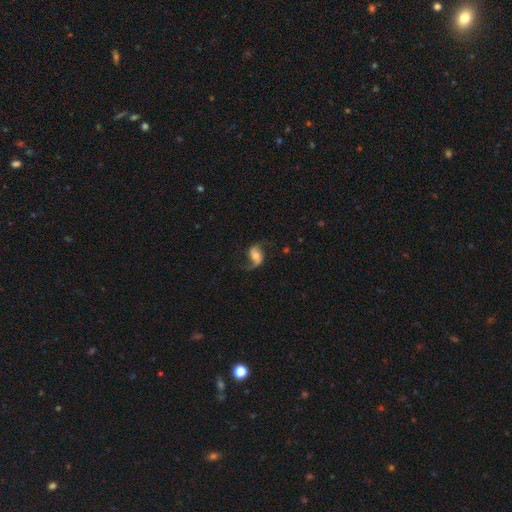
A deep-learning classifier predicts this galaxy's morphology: Overall: featured or disk (79%). Edge-on disk: no (97%). Bar: no (47%; weak 36%). Spiral arms: yes (95%). Spiral arm count: 2 (87%). Spiral winding: loose (70%). Bulge size: moderate (53%; small 33%). Merging: none (69%).